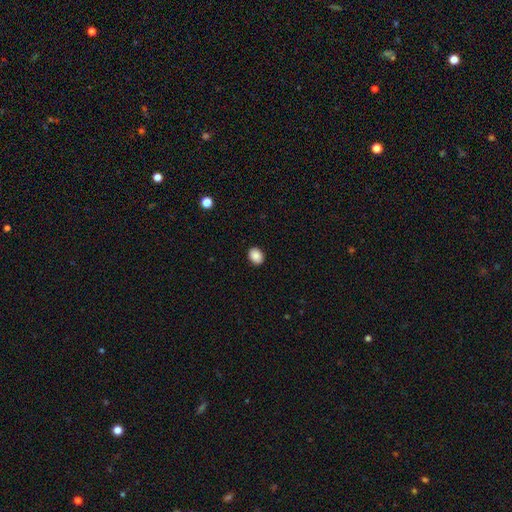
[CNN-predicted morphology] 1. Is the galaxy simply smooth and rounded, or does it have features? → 89% smooth, 8% star or artifact, 3% featured or disk.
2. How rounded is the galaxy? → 61% in between, 38% round, 1% cigar-shaped.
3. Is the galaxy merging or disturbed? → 91% none, 7% minor disturbance, 2% major disturbance, 1% merger.